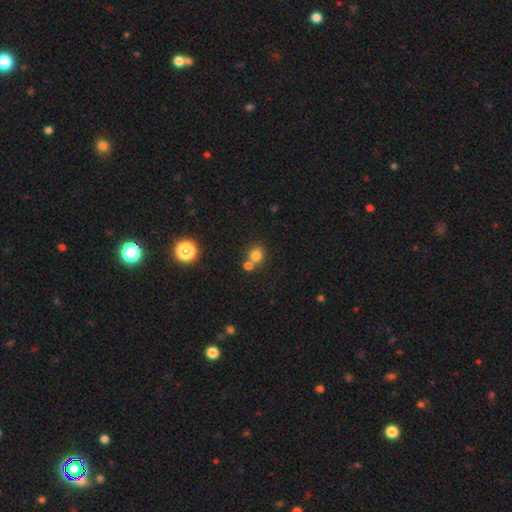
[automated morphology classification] Smooth or featured: smooth — 78% (star or artifact — 15%)
How rounded: round — 82% (in between — 17%)
Merging: none — 54% (merger — 36%)